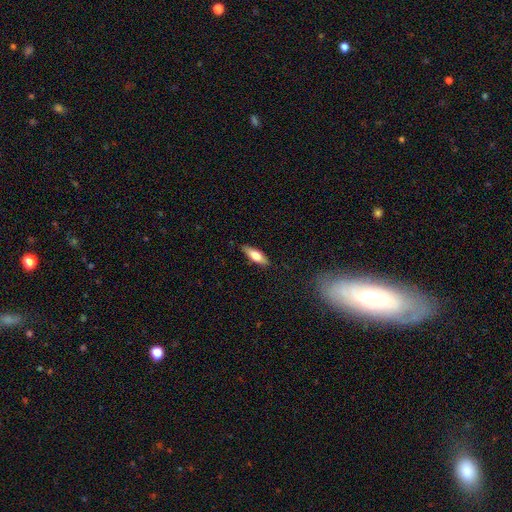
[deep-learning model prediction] This is likely a smooth galaxy (66%). How rounded: possibly in between (56%). Merging: clearly none (85%).